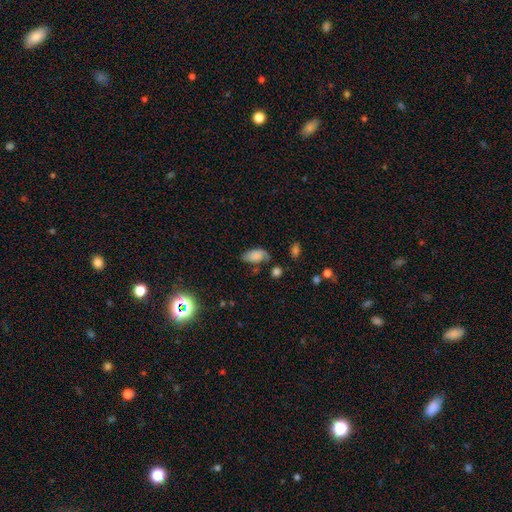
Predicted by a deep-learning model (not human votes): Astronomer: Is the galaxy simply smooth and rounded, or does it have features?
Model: smooth — 73%.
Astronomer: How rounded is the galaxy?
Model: in between — 93%.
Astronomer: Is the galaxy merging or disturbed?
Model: none — 47% (runner-up: minor disturbance, 32%).